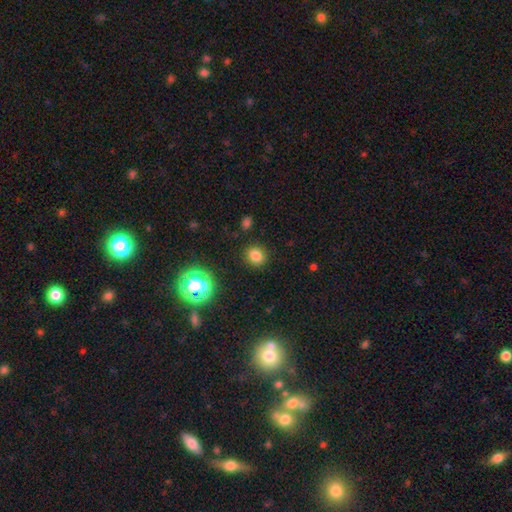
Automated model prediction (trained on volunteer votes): Smooth or featured? Predicted: smooth (p=0.79). How rounded? Predicted: round (p=0.73). Merging? Predicted: none (p=0.88).